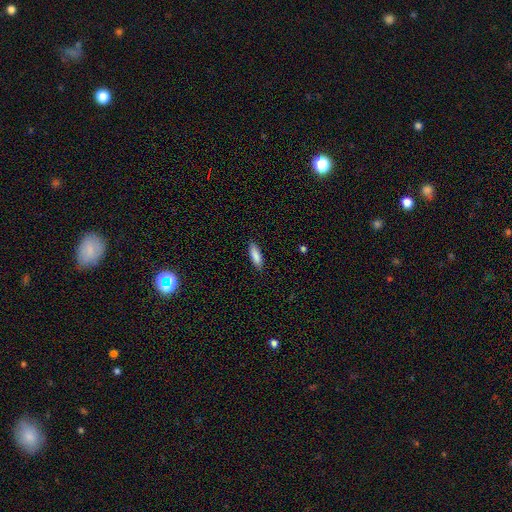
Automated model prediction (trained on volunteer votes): Smooth or featured? smooth (87%)
How rounded? in between (57%)
Merging? none (87%)